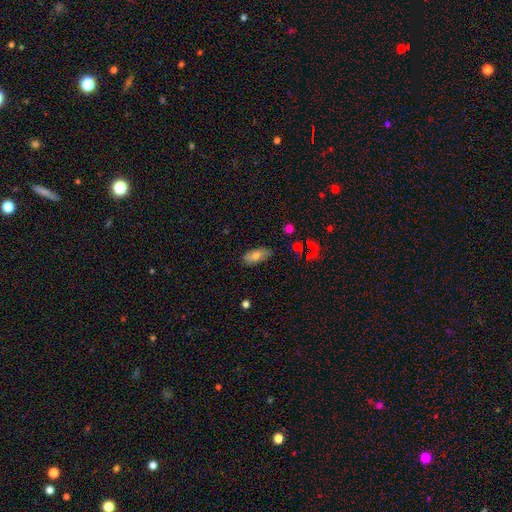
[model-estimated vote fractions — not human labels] smooth_or_featured: smooth (p=0.73) [alt: featured or disk p=0.19]
how_rounded: in between (p=0.86) [alt: cigar-shaped p=0.11]
merging: none (p=0.83) [alt: minor disturbance p=0.14]